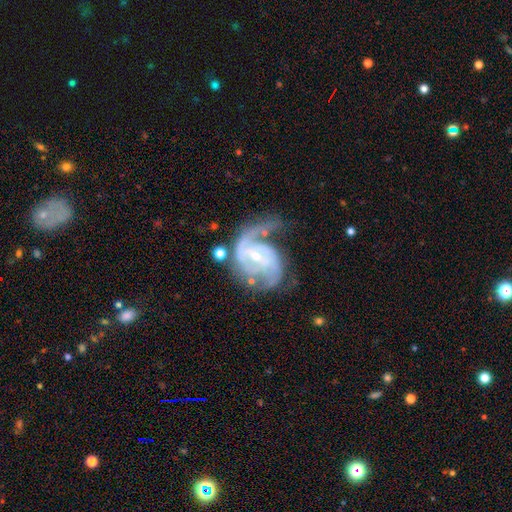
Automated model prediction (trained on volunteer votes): Smooth or featured: featured or disk — 89% (smooth — 6%)
Edge-on disk: no — 98% (yes — 2%)
Bar: weak — 49% (no — 29%)
Spiral arms: yes — 96% (no — 4%)
Spiral winding: medium — 47% (tight — 34%)
Spiral arm count: 2 — 54% (can't tell — 15%)
Bulge size: small — 67% (moderate — 29%)
Merging: none — 43% (major disturbance — 29%)